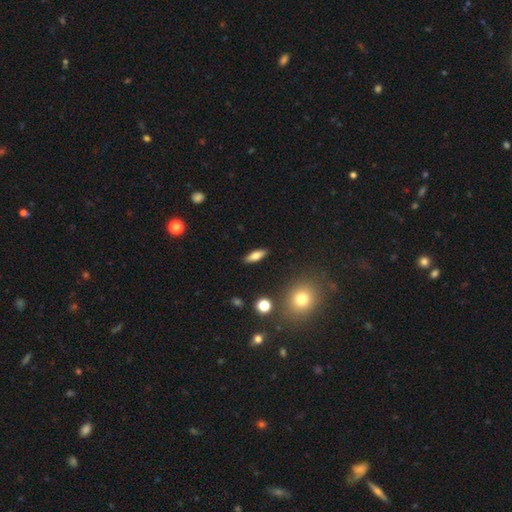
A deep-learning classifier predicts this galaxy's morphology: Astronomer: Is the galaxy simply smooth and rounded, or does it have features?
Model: smooth — 65%.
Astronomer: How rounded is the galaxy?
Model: in between — 59% (runner-up: cigar-shaped, 37%).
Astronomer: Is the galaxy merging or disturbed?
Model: none — 89%.